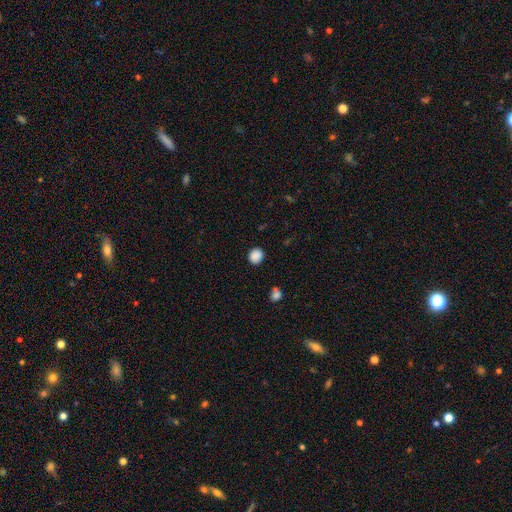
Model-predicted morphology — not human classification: smooth_or_featured: smooth (p=0.88) [alt: star or artifact p=0.10]
how_rounded: round (p=0.83) [alt: in between p=0.16]
merging: none (p=0.88) [alt: minor disturbance p=0.08]